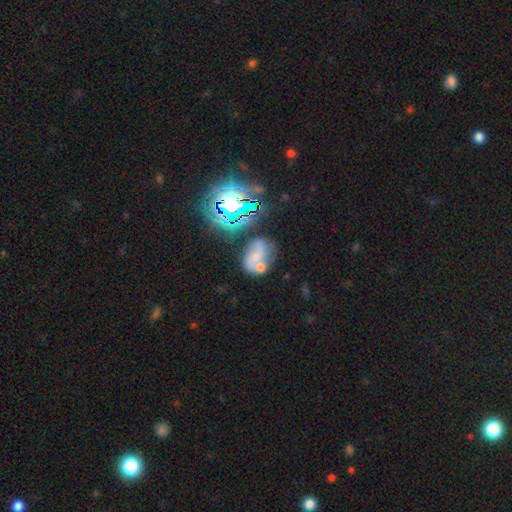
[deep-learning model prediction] A featured or disk galaxy (48%). Merging: none (37%).